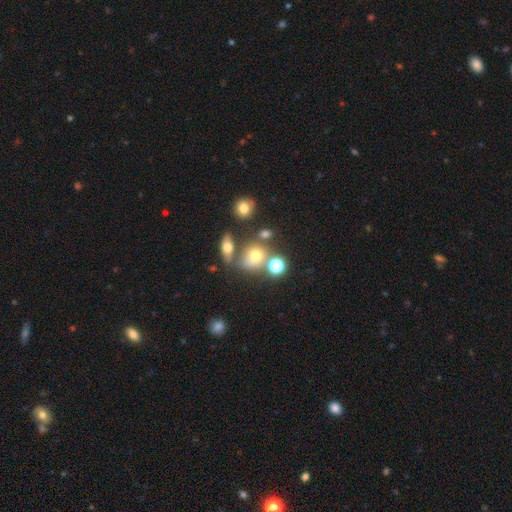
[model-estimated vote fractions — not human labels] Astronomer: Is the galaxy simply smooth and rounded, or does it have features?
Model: smooth — 63%.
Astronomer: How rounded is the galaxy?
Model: round — 64%.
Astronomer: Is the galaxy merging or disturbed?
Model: none — 48% (runner-up: merger, 31%).